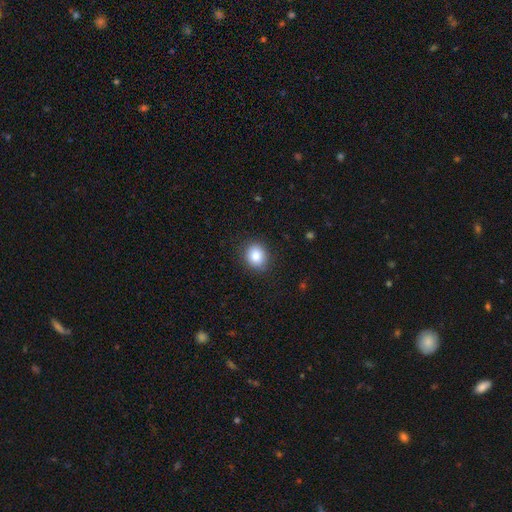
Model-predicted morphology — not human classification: Smooth or featured?
  - smooth: 85% *
  - star or artifact: 9%
  - featured or disk: 6%
How rounded?
  - round: 65% *
  - in between: 35%
  - cigar-shaped: 1%
Merging?
  - none: 88% *
  - minor disturbance: 9%
  - major disturbance: 3%
  - merger: 1%